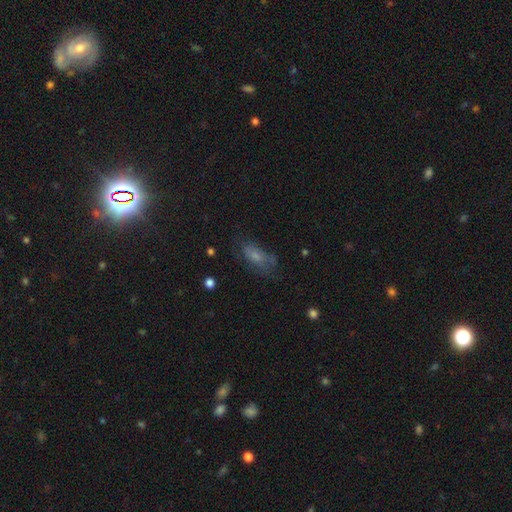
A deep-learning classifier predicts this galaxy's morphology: This appears to be a smooth galaxy with no disk features (61%) that is in between round and cigar-shaped (82%). Merging: none (51%).